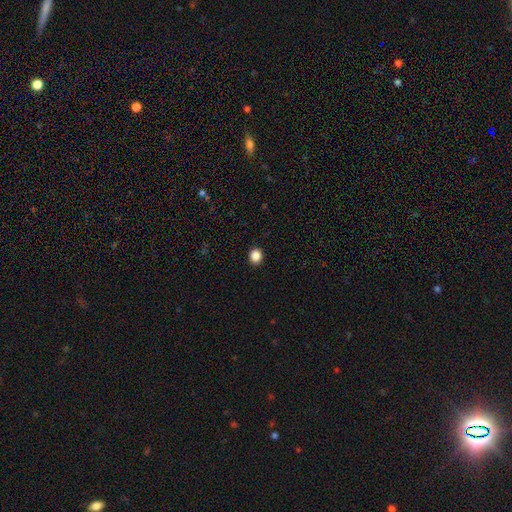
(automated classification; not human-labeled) Smooth or featured? smooth (86%)
How rounded? round (83%)
Merging? none (92%)